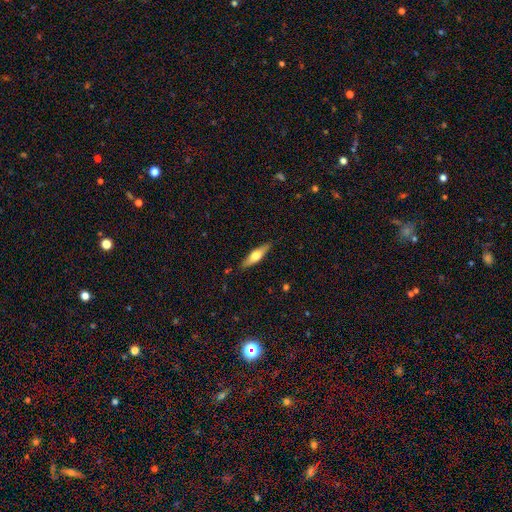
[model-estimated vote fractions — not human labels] Smooth or featured? featured or disk (47%, tied with smooth)
Merging? none (86%)